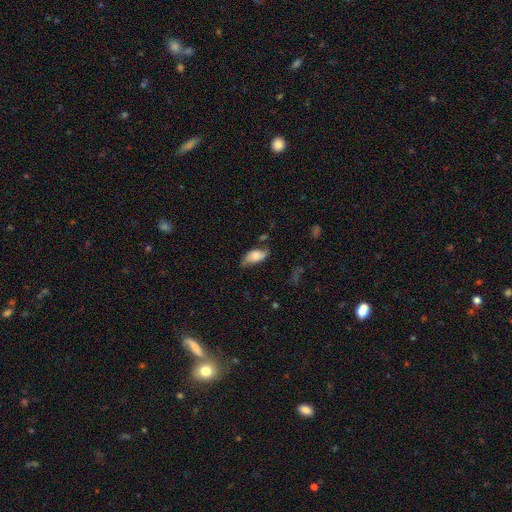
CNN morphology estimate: Smooth or featured: smooth — 67% (featured or disk — 25%)
How rounded: in between — 91% (cigar-shaped — 6%)
Merging: none — 56% (minor disturbance — 30%)